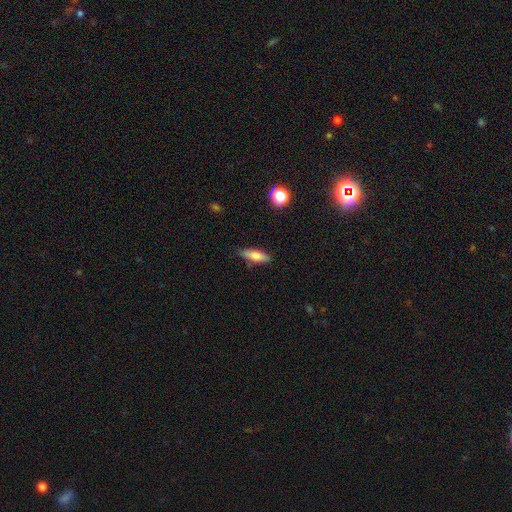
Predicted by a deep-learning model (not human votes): This appears to be a smooth galaxy with no disk features (70%) that is cigar-shaped (51%). Merging: none (80%).